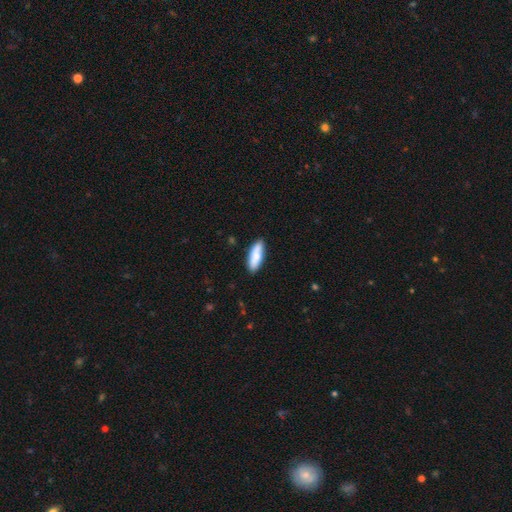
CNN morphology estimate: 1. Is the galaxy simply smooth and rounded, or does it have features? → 80% smooth, 14% featured or disk, 6% star or artifact.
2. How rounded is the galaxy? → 57% in between, 41% cigar-shaped, 2% round.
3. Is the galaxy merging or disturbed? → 86% none, 11% minor disturbance, 2% major disturbance, 1% merger.